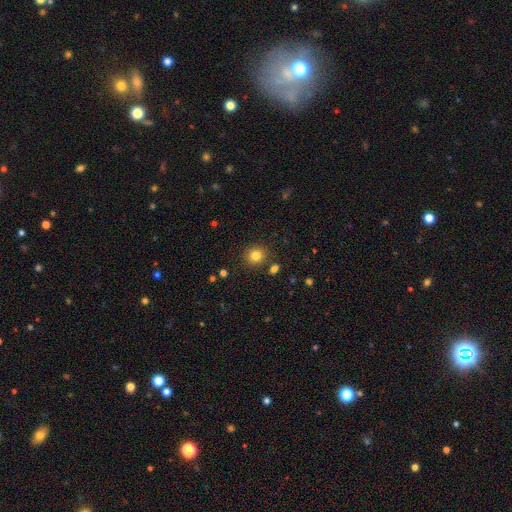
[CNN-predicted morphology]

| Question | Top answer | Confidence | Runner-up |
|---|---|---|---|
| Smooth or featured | smooth | 82% | star or artifact (12%) |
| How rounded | round | 90% | in between (9%) |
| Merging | none | 87% | minor disturbance (7%) |